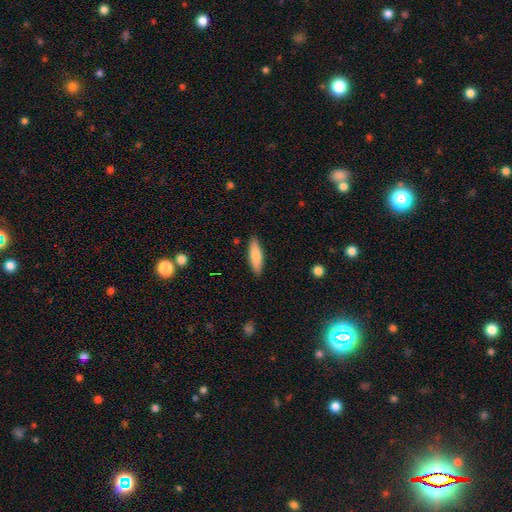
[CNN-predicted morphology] Smooth or featured?
  - smooth: 78% *
  - featured or disk: 16%
  - star or artifact: 6%
How rounded?
  - cigar-shaped: 61% *
  - in between: 38%
  - round: 2%
Merging?
  - none: 89% *
  - minor disturbance: 9%
  - major disturbance: 2%
  - merger: 1%